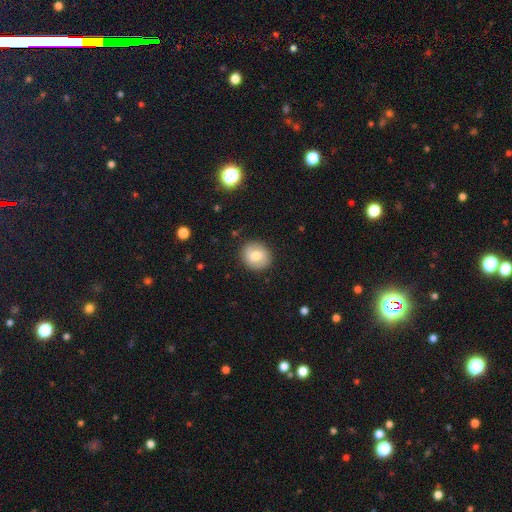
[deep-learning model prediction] Smooth or featured: smooth — 69% (featured or disk — 23%)
How rounded: round — 82% (in between — 17%)
Merging: none — 88% (minor disturbance — 9%)